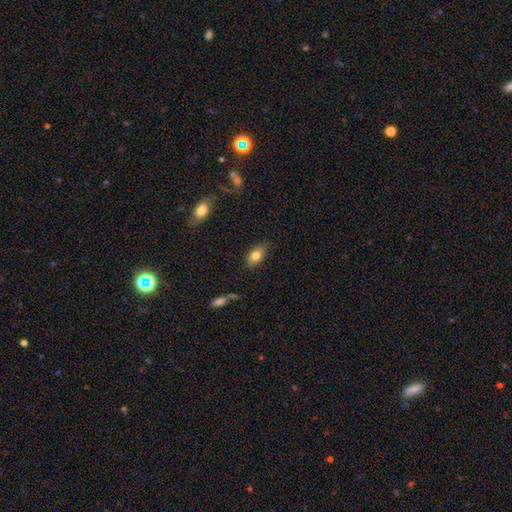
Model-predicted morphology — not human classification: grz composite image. It shows a smooth galaxy with no disk features (80%) that is in between round and cigar-shaped (88%). Merging: none (77%).